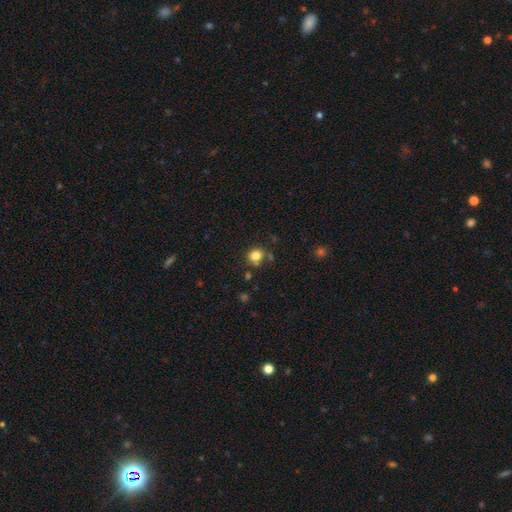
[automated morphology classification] Q: Smooth or featured?
A: smooth (81%); runner-up: star or artifact (12%)
Q: How rounded?
A: round (82%); runner-up: in between (17%)
Q: Merging?
A: none (75%); runner-up: minor disturbance (12%)